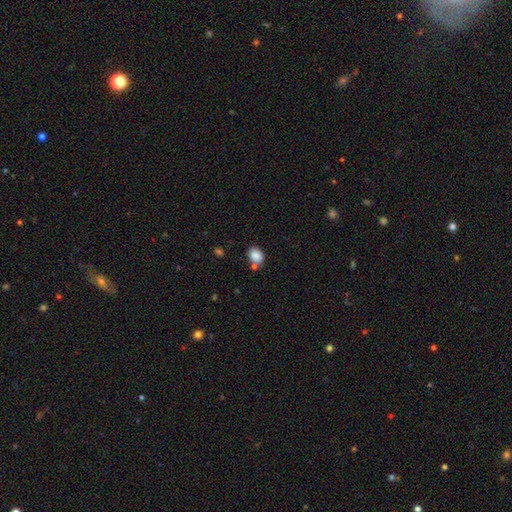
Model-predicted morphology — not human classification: A smooth galaxy with no disk features (86%) that is in between round and cigar-shaped (62%). Merging: none (64%).